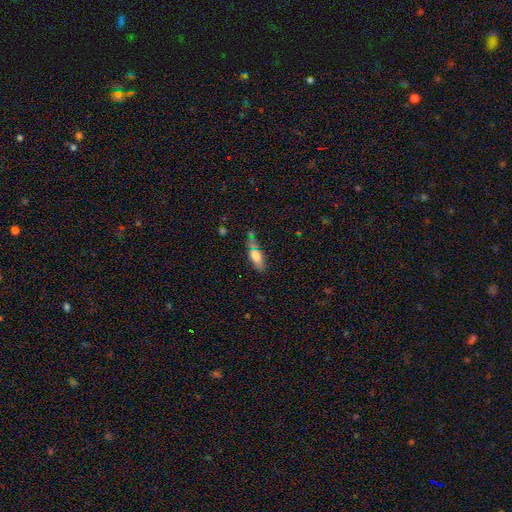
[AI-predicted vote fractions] This is likely a smooth galaxy (70%). How rounded: likely in between (64%). Merging: likely none (71%).